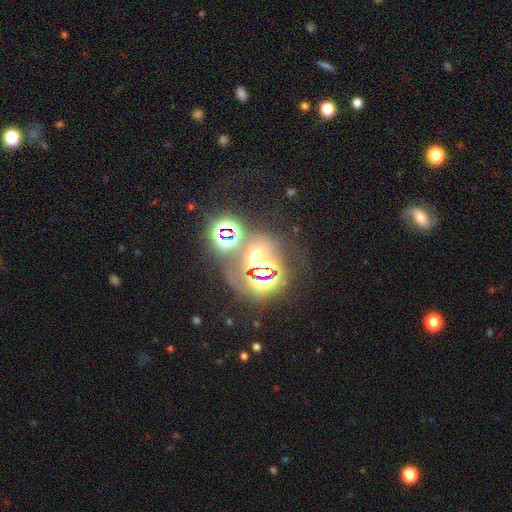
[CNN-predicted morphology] This appears to be a star or artifact, not a galaxy (62%).